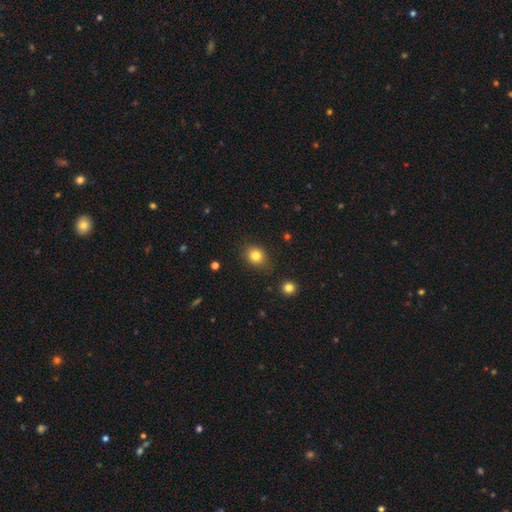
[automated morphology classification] Smooth or featured?
  - smooth: 82% *
  - star or artifact: 11%
  - featured or disk: 6%
How rounded?
  - round: 66% *
  - in between: 33%
  - cigar-shaped: 1%
Merging?
  - none: 81% *
  - minor disturbance: 14%
  - major disturbance: 3%
  - merger: 2%